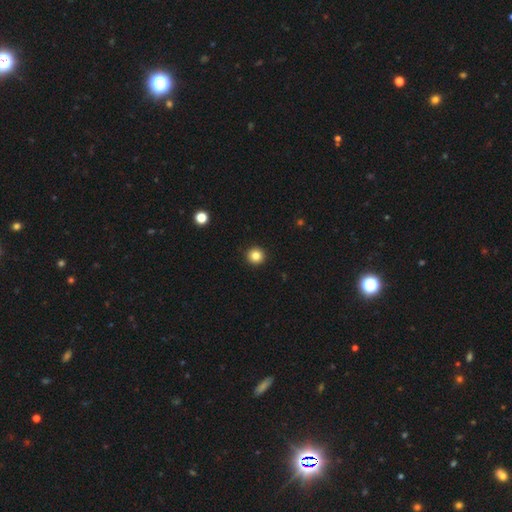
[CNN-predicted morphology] smooth-or-featured: smooth: 84% | star or artifact: 11% | featured or disk: 5%
  how-rounded: round: 95% | in between: 4% | cigar-shaped: 1%
  merging: none: 94% | minor disturbance: 4% | major disturbance: 1% | merger: 1%